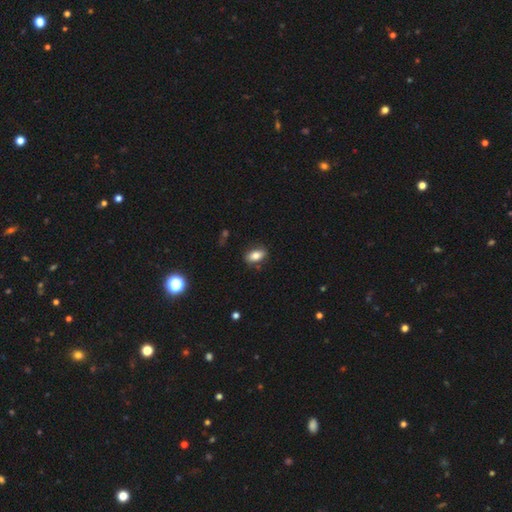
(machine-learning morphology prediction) Q: Smooth or featured?
A: smooth (78%); runner-up: featured or disk (13%)
Q: How rounded?
A: in between (87%); runner-up: round (6%)
Q: Merging?
A: none (83%); runner-up: minor disturbance (13%)